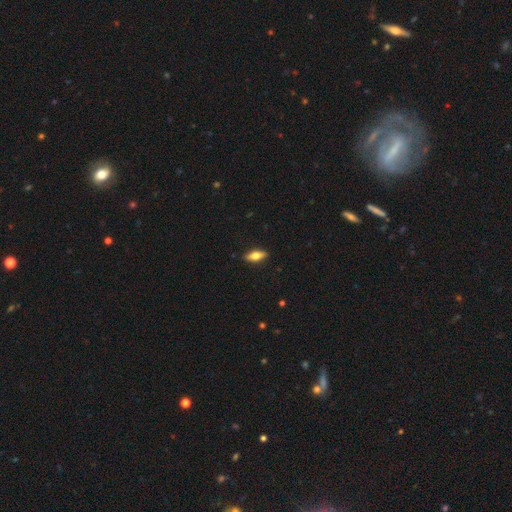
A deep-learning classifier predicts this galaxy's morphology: A smooth galaxy with no disk features (59%) that is in between round and cigar-shaped (70%).

Vote fractions:
- Smooth or featured? smooth: 59% / featured or disk: 34% / star or artifact: 7%
- How rounded? in between: 70% / cigar-shaped: 27% / round: 3%
- Merging? none: 88% / minor disturbance: 9% / major disturbance: 2% / merger: 1%